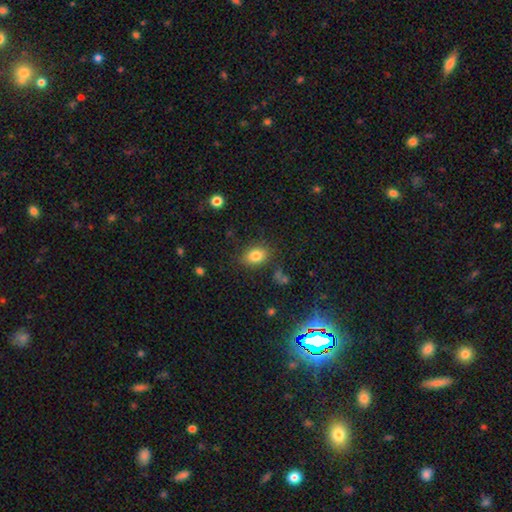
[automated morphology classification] Smooth or featured: smooth — 81% (star or artifact — 11%)
How rounded: in between — 75% (round — 23%)
Merging: none — 80% (minor disturbance — 13%)